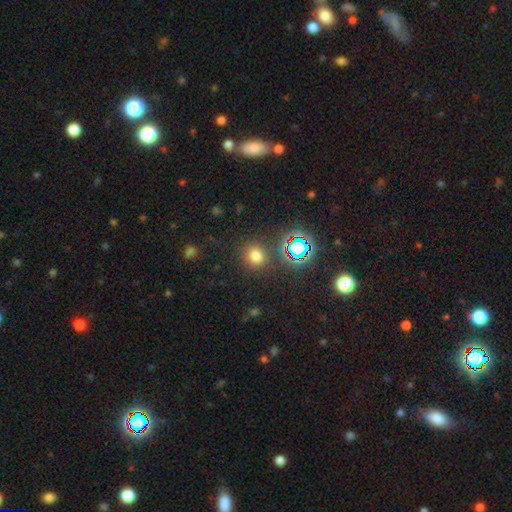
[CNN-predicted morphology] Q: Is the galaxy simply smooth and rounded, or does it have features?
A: smooth — 67%.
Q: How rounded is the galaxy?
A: round — 86%.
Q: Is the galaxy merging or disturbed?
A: none — 83%.